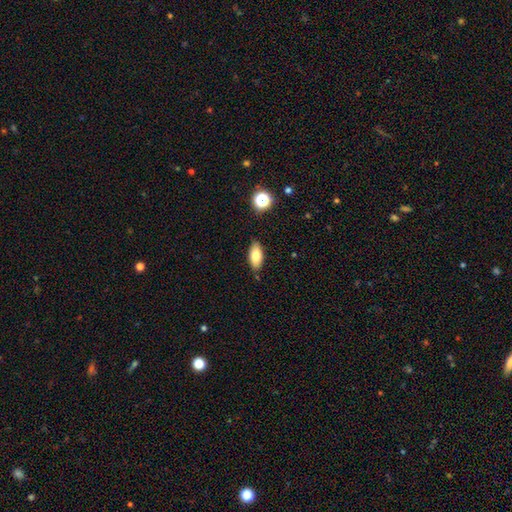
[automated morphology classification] This is likely a smooth galaxy (79%). How rounded: clearly in between (86%). Merging: clearly none (84%).